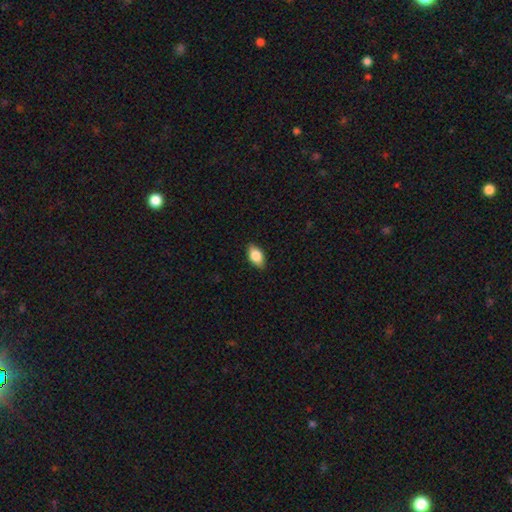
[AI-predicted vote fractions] smooth_or_featured: smooth (p=0.83) [alt: featured or disk p=0.10]
how_rounded: in between (p=0.91) [alt: round p=0.06]
merging: none (p=0.88) [alt: minor disturbance p=0.09]